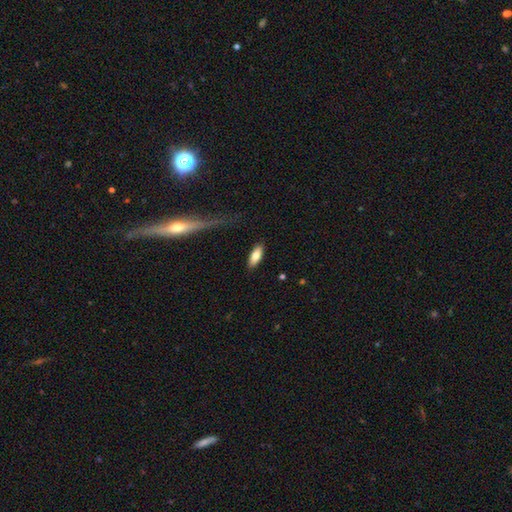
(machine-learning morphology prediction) Smooth or featured?
  - smooth: 79% *
  - featured or disk: 15%
  - star or artifact: 6%
How rounded?
  - in between: 77% *
  - cigar-shaped: 21%
  - round: 2%
Merging?
  - none: 87% *
  - minor disturbance: 10%
  - major disturbance: 2%
  - merger: 1%